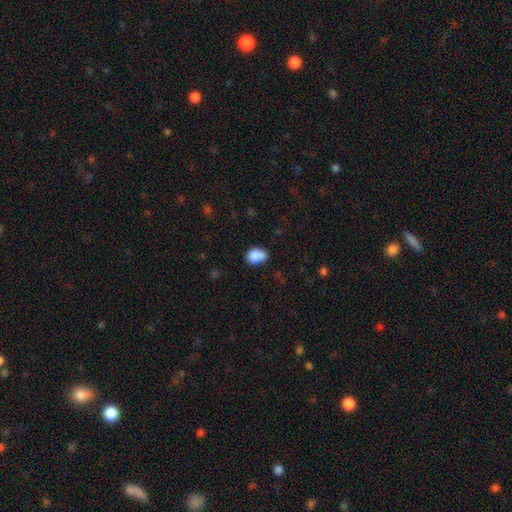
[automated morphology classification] smooth 82%, star or artifact 10%, featured or disk 8%. Down the decision tree: how rounded — in between (58%); merging — none (47%).